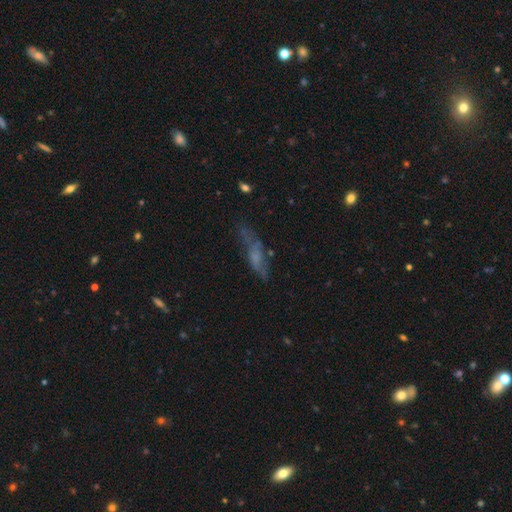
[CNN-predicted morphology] This appears to be a featured or disk galaxy (44%). Merging: none (52%).